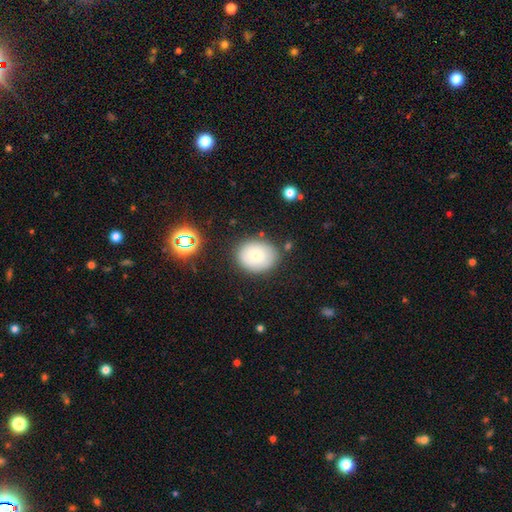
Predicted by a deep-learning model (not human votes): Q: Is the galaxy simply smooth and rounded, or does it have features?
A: smooth — 74%.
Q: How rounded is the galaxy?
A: round — 51%.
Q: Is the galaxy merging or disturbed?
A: none — 80%.